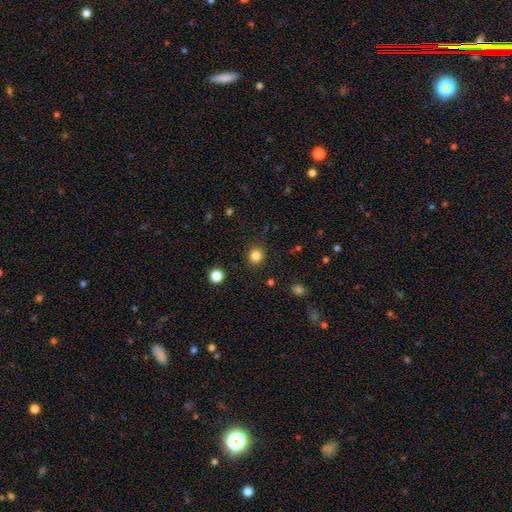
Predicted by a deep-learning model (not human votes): Smooth or featured? Predicted: smooth (p=0.83). How rounded? Predicted: round (p=0.88). Merging? Predicted: none (p=0.90).